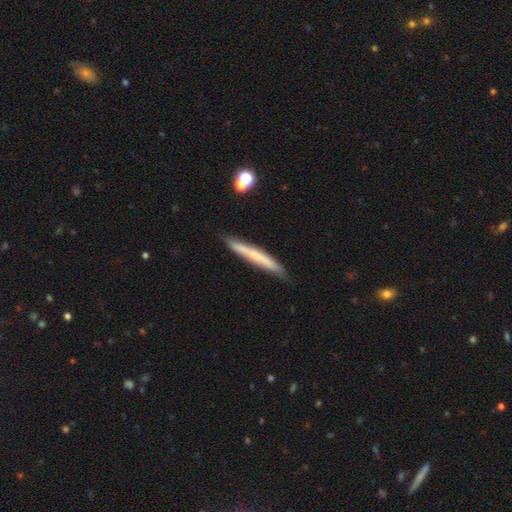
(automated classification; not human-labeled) smooth 51%, featured or disk 42%, star or artifact 7%. Down the decision tree: how rounded — cigar-shaped (96%); merging — none (82%).